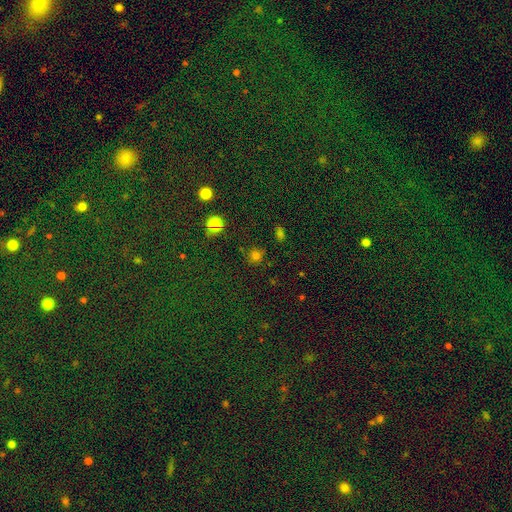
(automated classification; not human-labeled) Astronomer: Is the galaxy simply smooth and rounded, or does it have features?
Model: smooth — 66%.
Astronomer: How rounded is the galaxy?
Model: round — 85%.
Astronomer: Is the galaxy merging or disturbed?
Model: none — 79%.